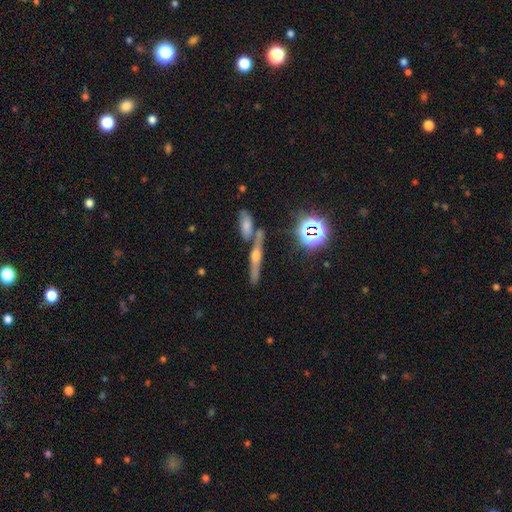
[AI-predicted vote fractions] Smooth or featured? Predicted: featured or disk (p=0.56). Edge-on disk? Predicted: yes (p=0.89). Merging? Predicted: none (p=0.64).